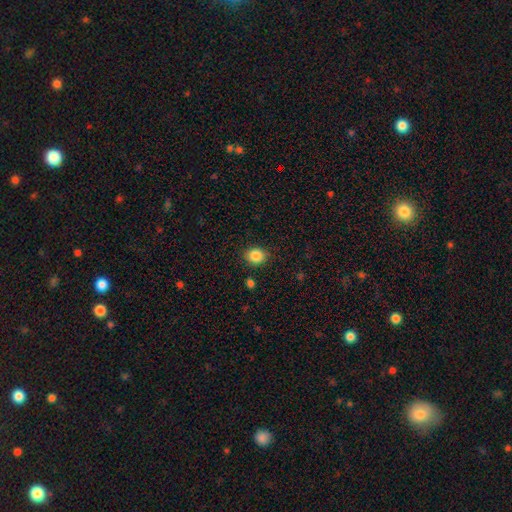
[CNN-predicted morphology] smooth_or_featured: smooth (p=0.86) [alt: star or artifact p=0.10]
how_rounded: round (p=0.73) [alt: in between p=0.26]
merging: none (p=0.87) [alt: minor disturbance p=0.09]